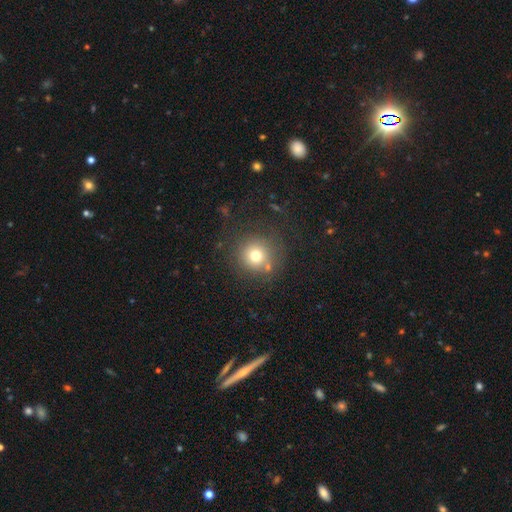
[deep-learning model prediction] smooth-or-featured: smooth: 73% | star or artifact: 15% | featured or disk: 12%
  how-rounded: round: 94% | in between: 5% | cigar-shaped: 1%
  merging: none: 78% | minor disturbance: 11% | major disturbance: 6% | merger: 6%